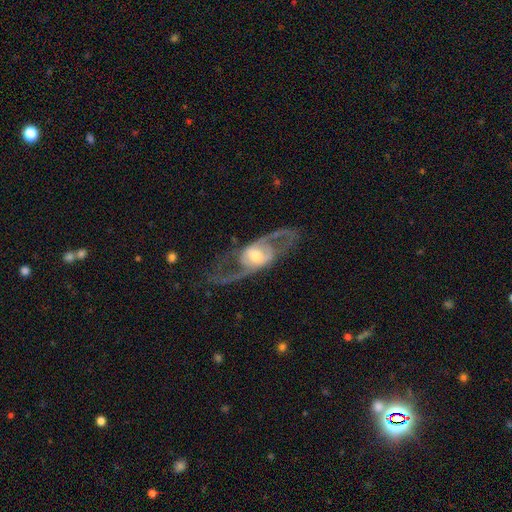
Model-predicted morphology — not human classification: smooth-or-featured: featured or disk: 83% | smooth: 12% | star or artifact: 5%
  disk-edge-on: no: 87% | yes: 13%
    bar: no: 49% | weak: 34% | strong: 17%
    has-spiral-arms: yes: 79% | no: 21%
      spiral-winding: medium: 45% | loose: 42% | tight: 13%
      spiral-arm-count: 2: 88% | can't tell: 6% | 1: 3% | 3: 1% | 4: 1% | more than 4: 1%
    bulge-size: moderate: 58% | small: 20% | large: 19% | dominant: 2% | none: 2%
  merging: none: 69% | major disturbance: 16% | minor disturbance: 13% | merger: 2%